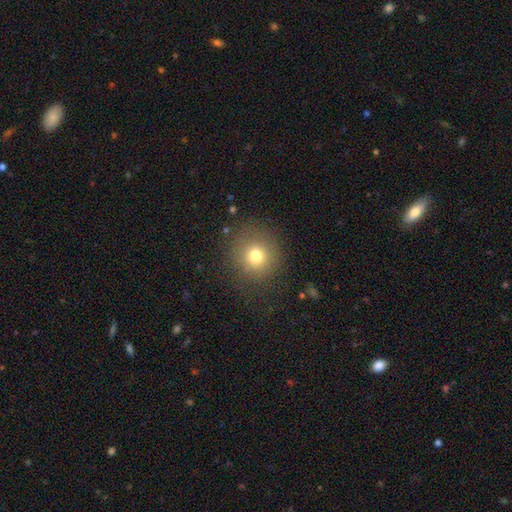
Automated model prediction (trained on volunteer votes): smooth-or-featured: smooth: 75% | star or artifact: 14% | featured or disk: 11%
  how-rounded: round: 91% | in between: 8% | cigar-shaped: 1%
  merging: none: 84% | minor disturbance: 10% | major disturbance: 5% | merger: 1%